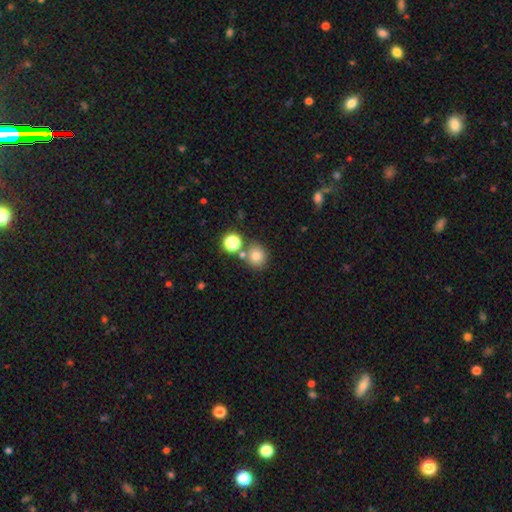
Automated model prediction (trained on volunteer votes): Smooth or featured?
  - smooth: 77% *
  - star or artifact: 14%
  - featured or disk: 8%
How rounded?
  - round: 84% *
  - in between: 15%
  - cigar-shaped: 1%
Merging?
  - none: 70% *
  - merger: 18%
  - minor disturbance: 9%
  - major disturbance: 3%